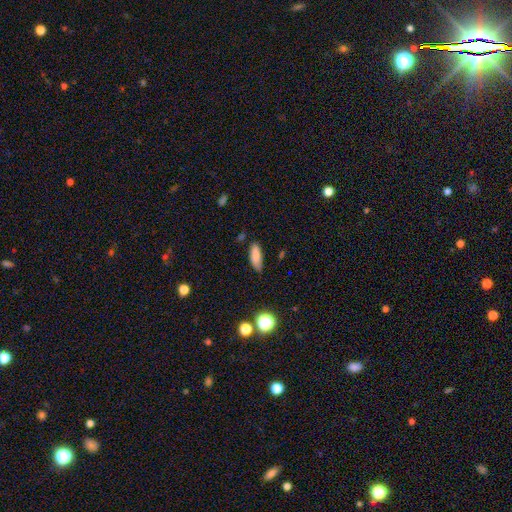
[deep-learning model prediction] This is clearly a smooth galaxy (84%). How rounded: likely in between (68%). Merging: likely none (75%).